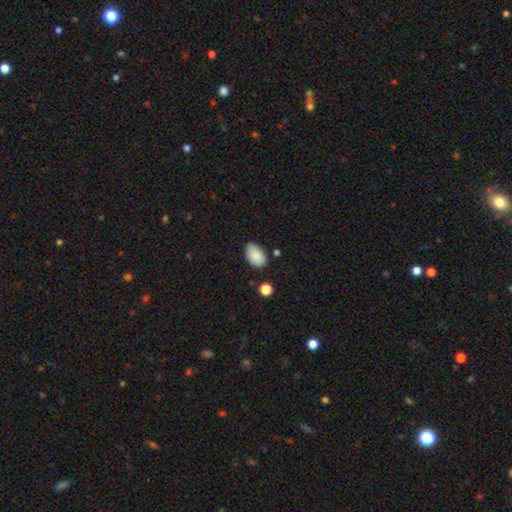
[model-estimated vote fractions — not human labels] Smooth or featured? smooth (87%)
How rounded? in between (91%)
Merging? none (75%)